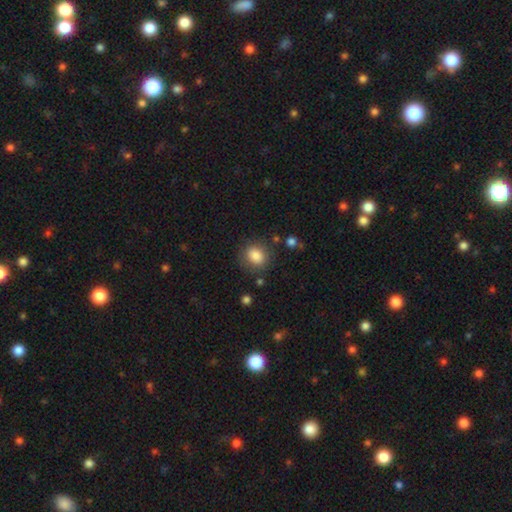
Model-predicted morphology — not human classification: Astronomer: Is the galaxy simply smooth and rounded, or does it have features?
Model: smooth — 84%.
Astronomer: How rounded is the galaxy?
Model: round — 66%.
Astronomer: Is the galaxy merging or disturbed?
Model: none — 81%.